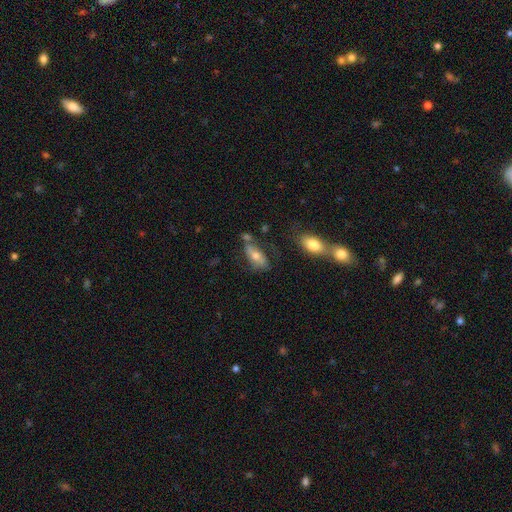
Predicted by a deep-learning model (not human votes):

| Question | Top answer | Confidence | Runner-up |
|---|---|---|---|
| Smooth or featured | smooth | 53% | featured or disk (37%) |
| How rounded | in between | 78% | cigar-shaped (17%) |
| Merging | none | 49% | minor disturbance (22%) |